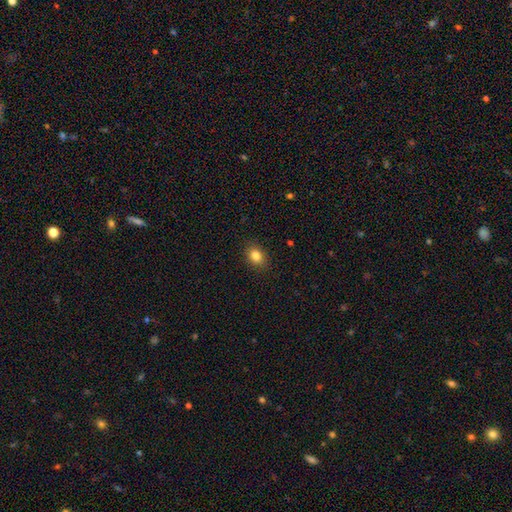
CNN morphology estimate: Smooth or featured? Predicted: smooth (p=0.83). How rounded? Predicted: in between (p=0.64). Merging? Predicted: none (p=0.88).